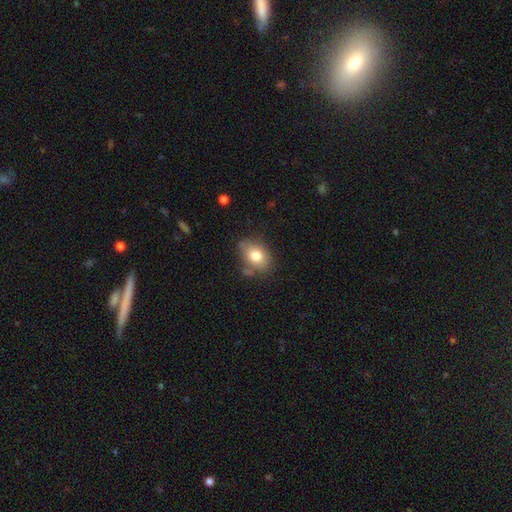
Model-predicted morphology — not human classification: The model was most divided on "merging": none: 68%, minor disturbance: 20%, merger: 6%, major disturbance: 5%. More confident: smooth or featured — smooth (79%); how rounded — in between (77%).